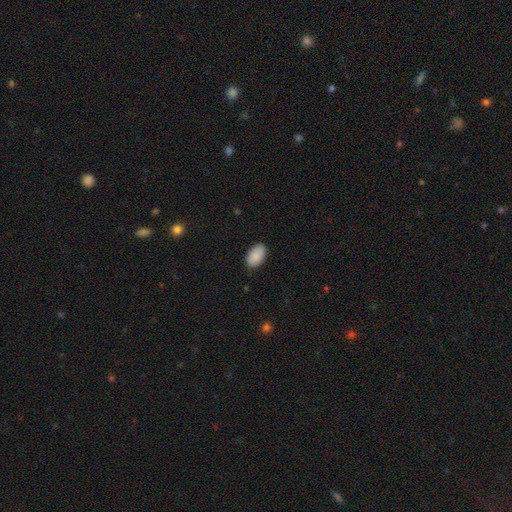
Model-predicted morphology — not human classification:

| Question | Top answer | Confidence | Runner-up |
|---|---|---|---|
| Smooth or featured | smooth | 90% | star or artifact (6%) |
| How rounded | in between | 93% | round (5%) |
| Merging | none | 85% | minor disturbance (11%) |